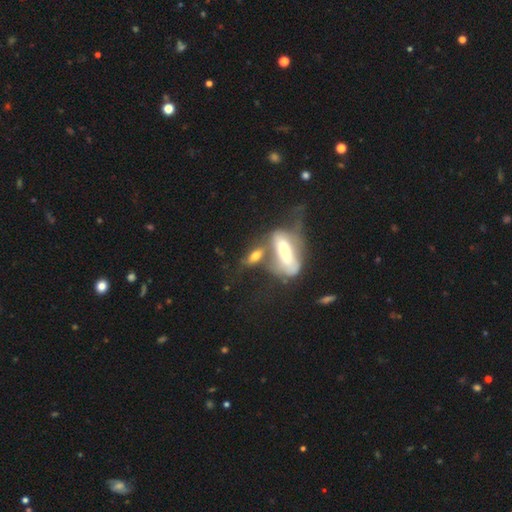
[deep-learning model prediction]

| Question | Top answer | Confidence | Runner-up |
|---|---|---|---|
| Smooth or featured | smooth | 54% | featured or disk (36%) |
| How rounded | in between | 66% | cigar-shaped (30%) |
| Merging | merger | 47% | none (25%) |